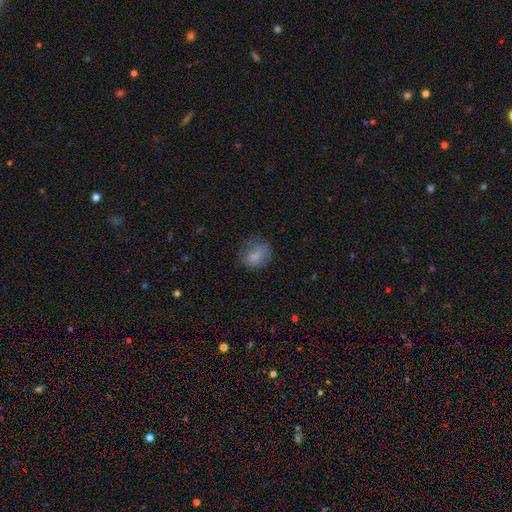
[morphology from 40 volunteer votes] Smooth or featured?
  - smooth: 80% *
  - featured or disk: 10%
  - star or artifact: 10%
How rounded?
  - in between: 62% *
  - round: 38%
  - cigar-shaped: 0%
Merging?
  - none: 61% *
  - minor disturbance: 22%
  - major disturbance: 14%
  - merger: 3%